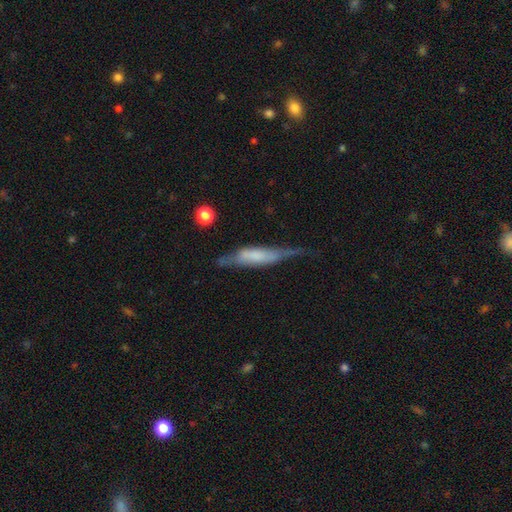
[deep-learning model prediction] This is possibly a featured or disk galaxy (51%). It is likely viewed edge-on (77%). Merging: possibly none (46%).